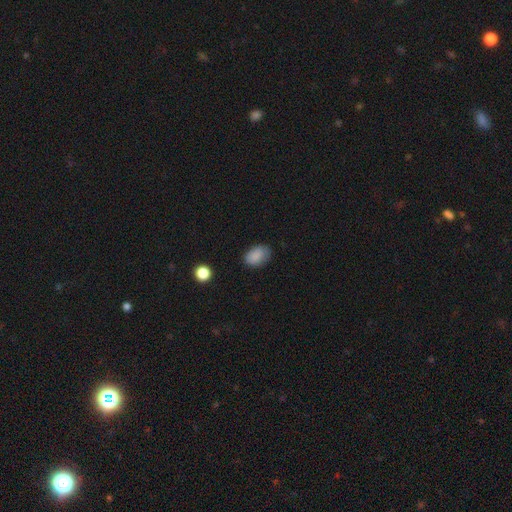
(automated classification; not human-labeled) This is clearly a smooth galaxy (86%). How rounded: clearly in between (84%). Merging: likely none (70%).